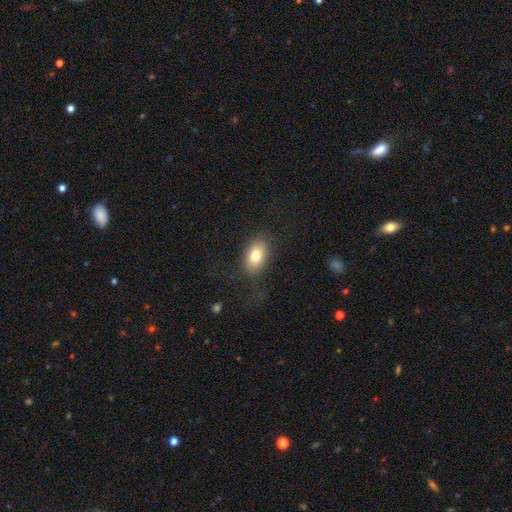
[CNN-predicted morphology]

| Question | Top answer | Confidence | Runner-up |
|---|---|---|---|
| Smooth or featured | smooth | 77% | featured or disk (14%) |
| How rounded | in between | 83% | round (15%) |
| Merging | none | 78% | minor disturbance (14%) |